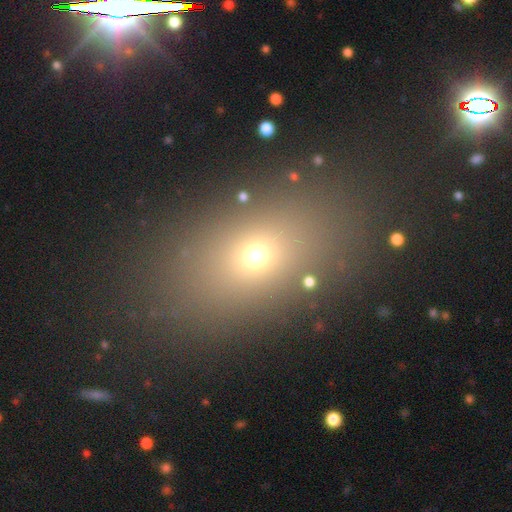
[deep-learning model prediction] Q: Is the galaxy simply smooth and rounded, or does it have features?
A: smooth — 64%.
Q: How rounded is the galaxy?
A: in between — 70%.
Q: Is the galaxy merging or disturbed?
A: none — 84%.